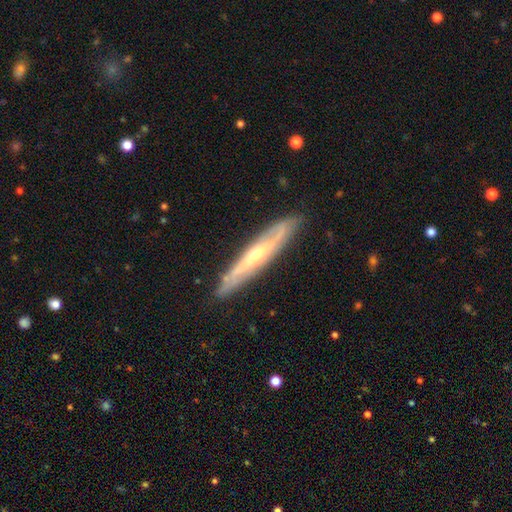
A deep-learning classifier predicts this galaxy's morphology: The model was most divided on "edge-on disk": yes: 71%, no: 29%. More confident: merging — none (85%); edge-on bulge — rounded (73%); smooth or featured — featured or disk (72%).